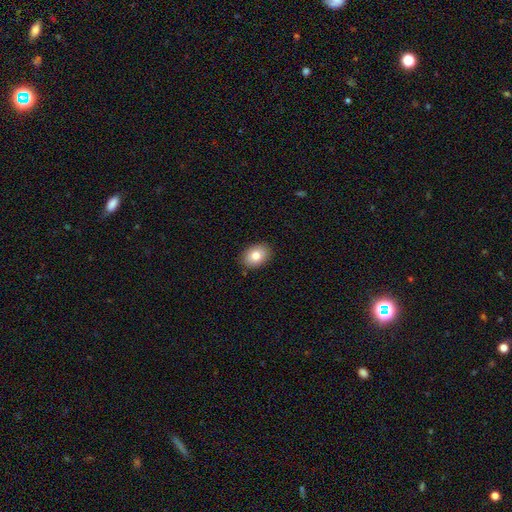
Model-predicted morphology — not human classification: A smooth galaxy with no disk features (82%) that is in between round and cigar-shaped (74%).

Vote fractions:
- Smooth or featured? smooth: 82% / featured or disk: 11% / star or artifact: 8%
- How rounded? in between: 74% / round: 25% / cigar-shaped: 1%
- Merging? none: 88% / minor disturbance: 9% / major disturbance: 2% / merger: 1%